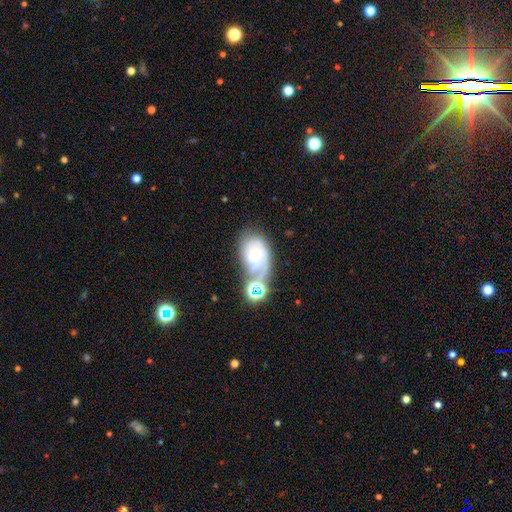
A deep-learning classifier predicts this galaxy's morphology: A featured or disk galaxy (63%) with no bar (71%), tight (51%) spiral arms (86%) and a small central bulge (59%).

Vote fractions:
- Smooth or featured? featured or disk: 63% / smooth: 26% / star or artifact: 12%
- Edge-on disk? no: 96% / yes: 4%
- Bar? no: 71% / weak: 24% / strong: 5%
- Spiral arms? yes: 86% / no: 14%
- Spiral winding? tight: 51% / medium: 34% / loose: 15%
- Spiral arm count? can't tell: 31% / 2: 28% / 1: 25% / 3: 11% / 4: 3% / more than 4: 2%
- Bulge size? small: 59% / moderate: 20% / none: 14% / large: 4% / dominant: 2%
- Merging? none: 36% / merger: 22% / minor disturbance: 22% / major disturbance: 21%